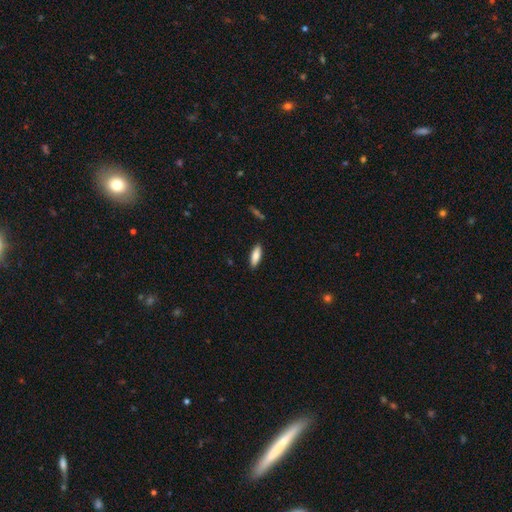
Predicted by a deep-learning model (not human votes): Smooth or featured?
  - smooth: 80% *
  - featured or disk: 14%
  - star or artifact: 6%
How rounded?
  - in between: 61% *
  - cigar-shaped: 37%
  - round: 2%
Merging?
  - none: 89% *
  - minor disturbance: 8%
  - major disturbance: 2%
  - merger: 1%